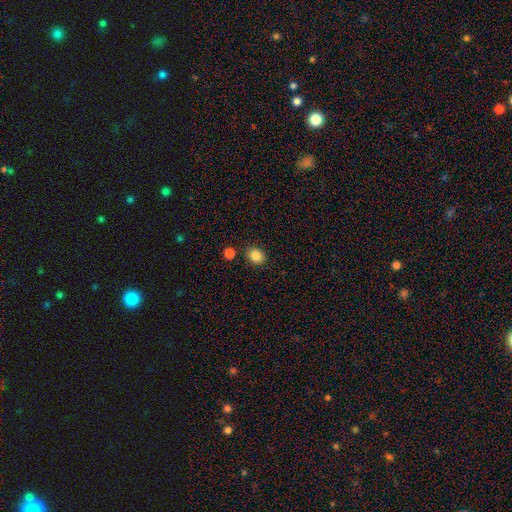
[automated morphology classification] A smooth galaxy with no disk features (85%) that is round (65%). Merging: none (84%).